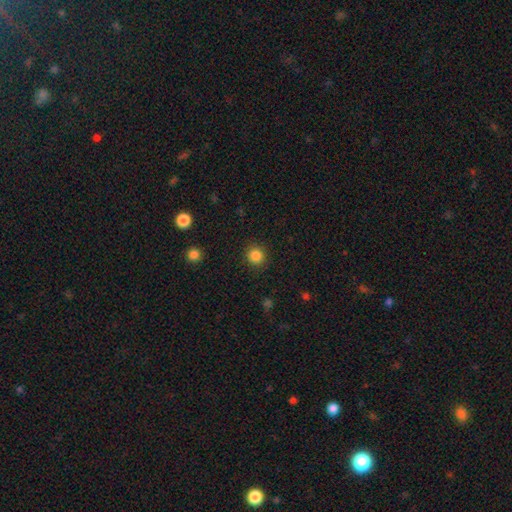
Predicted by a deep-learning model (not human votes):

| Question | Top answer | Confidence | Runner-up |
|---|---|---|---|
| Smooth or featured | smooth | 85% | star or artifact (11%) |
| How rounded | round | 92% | in between (7%) |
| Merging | none | 91% | minor disturbance (6%) |